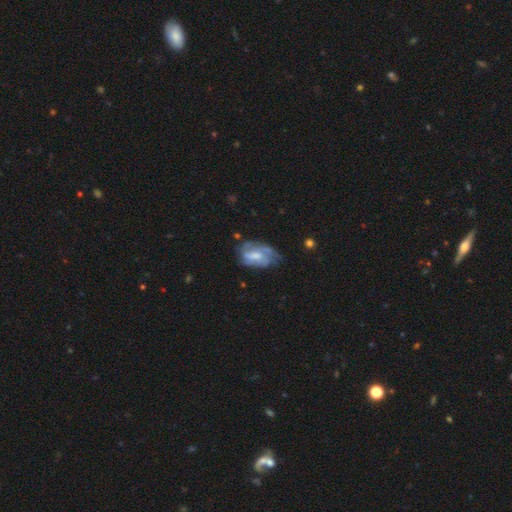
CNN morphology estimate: This is possibly a featured or disk galaxy (60%). It is clearly not viewed edge-on (95%). Bar: marginally weak (43%, tied with no). Spiral arm pattern: likely yes (68%). Central bulge: marginally moderate (42%). Merging: marginally none (45%).